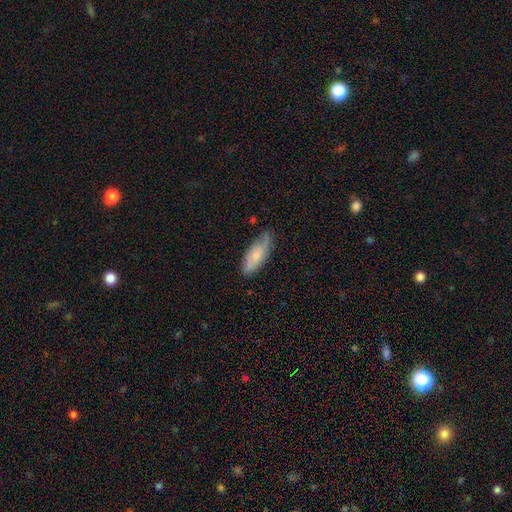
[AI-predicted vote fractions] This appears to be a smooth galaxy with no disk features (67%) that is in between round and cigar-shaped (72%). Merging: none (65%).